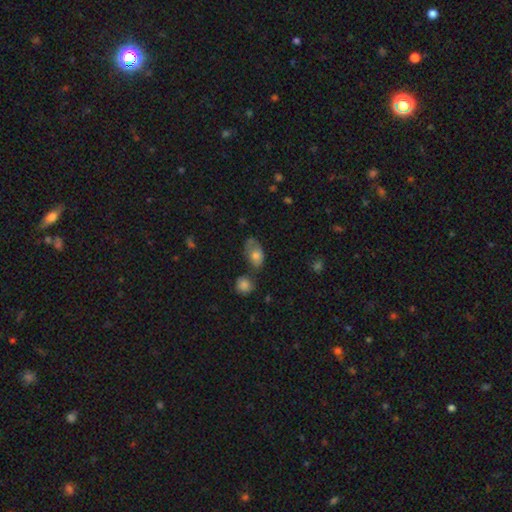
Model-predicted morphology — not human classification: smooth-or-featured: smooth: 69% | featured or disk: 23% | star or artifact: 8%
  how-rounded: in between: 85% | round: 13% | cigar-shaped: 2%
  merging: none: 43% | minor disturbance: 28% | merger: 15% | major disturbance: 13%